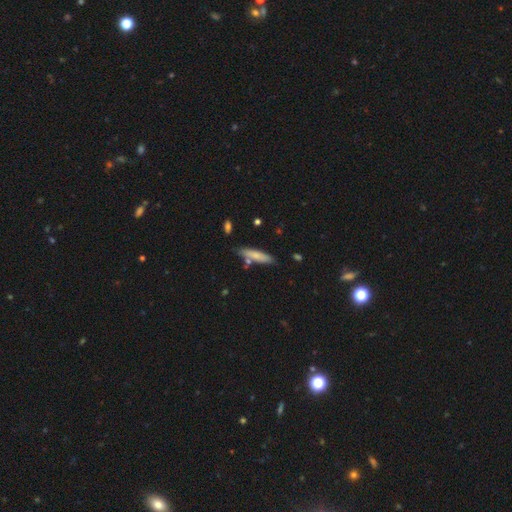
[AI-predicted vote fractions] Smooth or featured?
  - smooth: 75% *
  - featured or disk: 19%
  - star or artifact: 6%
How rounded?
  - cigar-shaped: 75% *
  - in between: 23%
  - round: 2%
Merging?
  - none: 77% *
  - minor disturbance: 14%
  - merger: 6%
  - major disturbance: 2%